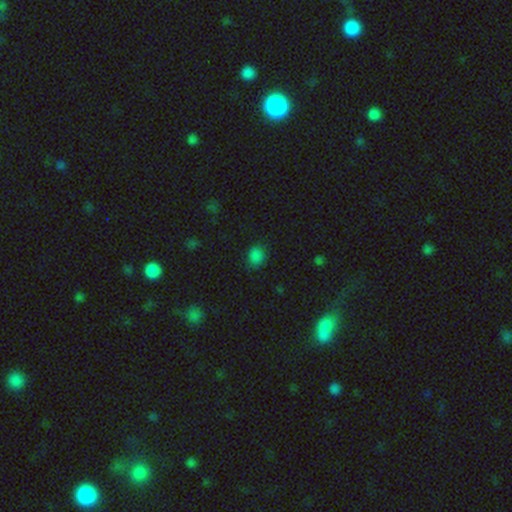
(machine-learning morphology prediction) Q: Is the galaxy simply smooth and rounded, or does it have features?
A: smooth — 80%.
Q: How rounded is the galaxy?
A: round — 66%.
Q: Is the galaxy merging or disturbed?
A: none — 78%.